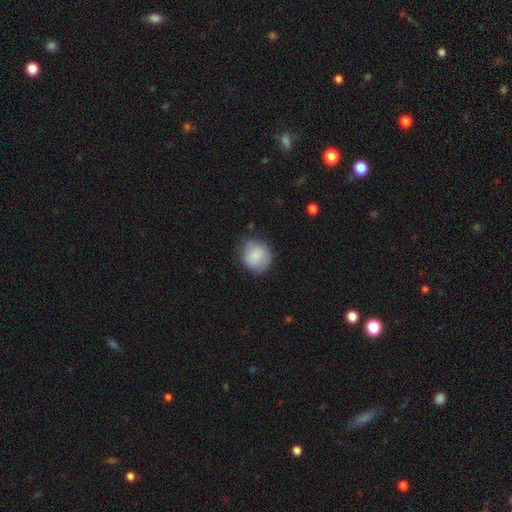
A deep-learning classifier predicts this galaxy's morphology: smooth-or-featured: smooth: 82% | featured or disk: 11% | star or artifact: 7%
  how-rounded: round: 85% | in between: 14% | cigar-shaped: 1%
  merging: none: 72% | minor disturbance: 21% | major disturbance: 5% | merger: 2%